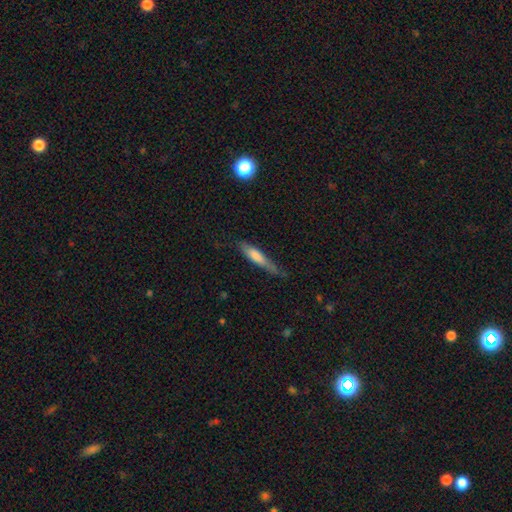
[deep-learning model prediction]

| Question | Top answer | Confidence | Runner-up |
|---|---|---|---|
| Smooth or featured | smooth | 59% | featured or disk (34%) |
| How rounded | cigar-shaped | 86% | in between (12%) |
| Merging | none | 60% | minor disturbance (29%) |